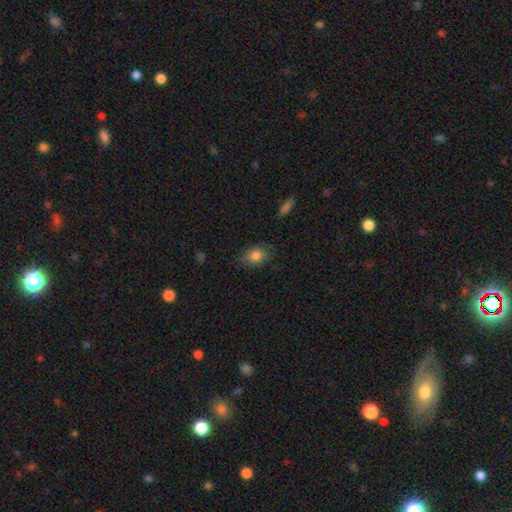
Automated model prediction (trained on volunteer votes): A smooth galaxy with no disk features (83%) that is in between round and cigar-shaped (68%). Merging: none (79%).